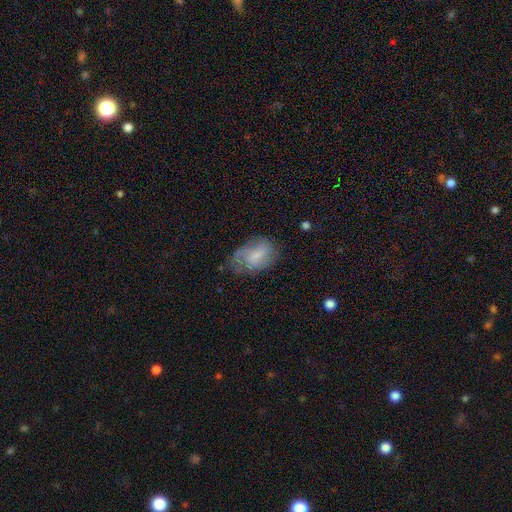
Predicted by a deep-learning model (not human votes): smooth-or-featured: smooth: 55% | featured or disk: 37% | star or artifact: 8%
  how-rounded: in between: 86% | round: 12% | cigar-shaped: 2%
  merging: none: 48% | minor disturbance: 31% | major disturbance: 18% | merger: 2%